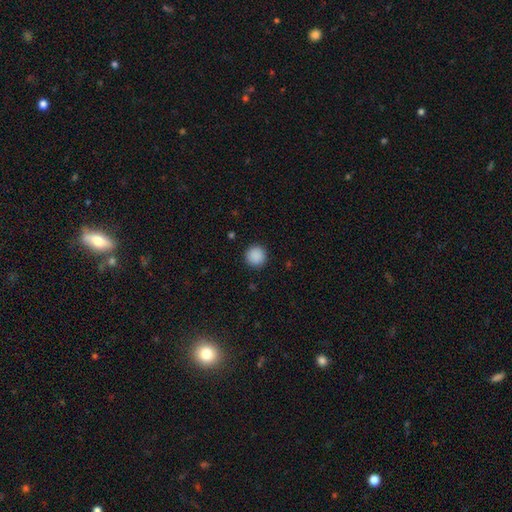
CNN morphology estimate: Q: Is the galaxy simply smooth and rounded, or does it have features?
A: smooth — 89%.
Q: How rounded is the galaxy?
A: round — 95%.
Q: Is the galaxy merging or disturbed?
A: none — 92%.